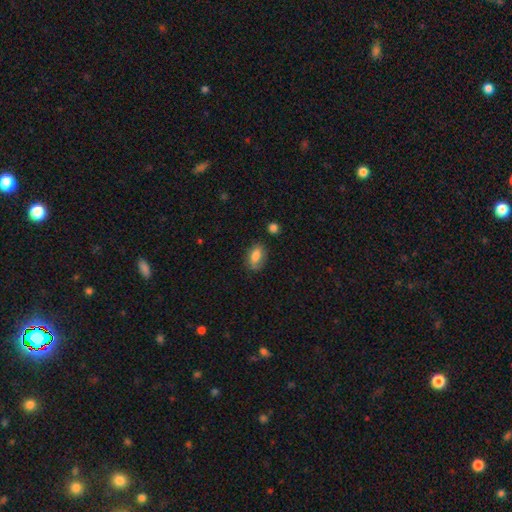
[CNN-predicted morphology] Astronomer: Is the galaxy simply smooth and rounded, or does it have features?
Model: smooth — 79%.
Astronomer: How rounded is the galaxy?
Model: in between — 87%.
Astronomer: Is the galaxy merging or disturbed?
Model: none — 75%.